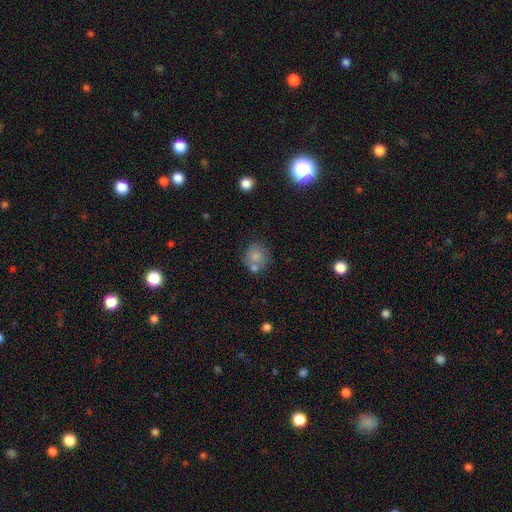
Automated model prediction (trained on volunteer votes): This is likely a smooth galaxy (78%). How rounded: clearly round (82%). Merging: possibly none (59%).